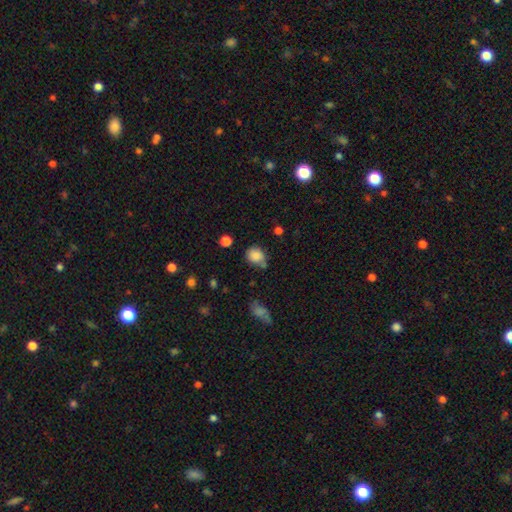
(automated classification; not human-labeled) Smooth or featured: smooth — 84% (star or artifact — 10%)
How rounded: round — 62% (in between — 37%)
Merging: none — 58% (minor disturbance — 27%)